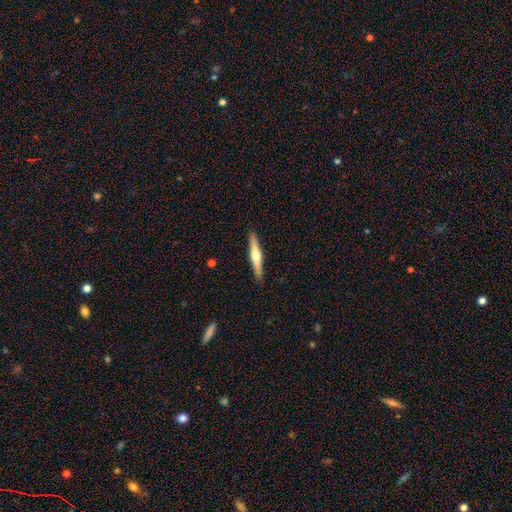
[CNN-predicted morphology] Smooth or featured? Predicted: featured or disk (p=0.60). Edge-on disk? Predicted: yes (p=0.97). Edge-on bulge? Predicted: rounded (p=0.91). Merging? Predicted: none (p=0.91).